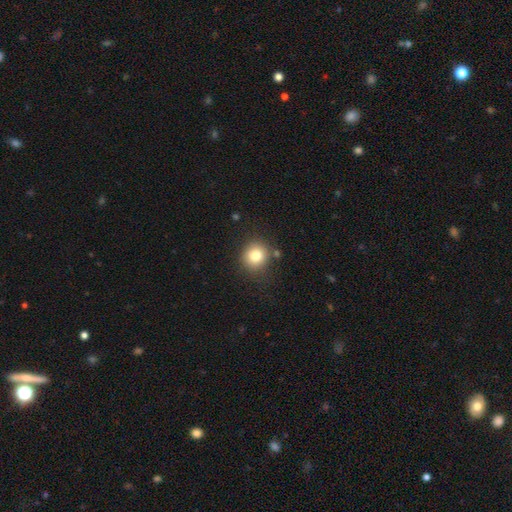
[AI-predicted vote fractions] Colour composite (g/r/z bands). It shows a smooth galaxy with no disk features (80%) that is round (85%). Merging: none (79%).